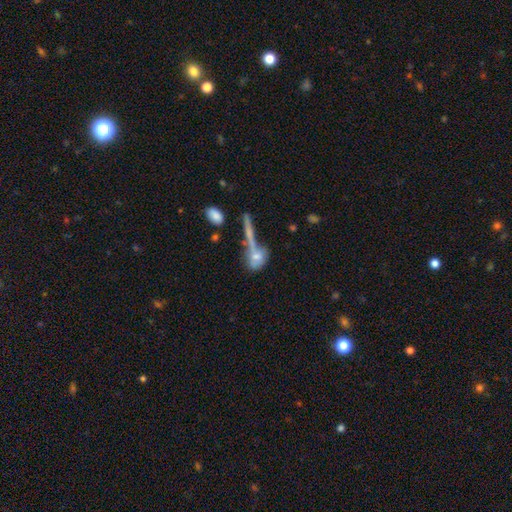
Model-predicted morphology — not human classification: The model was most divided on "merging": none: 38%, merger: 34%, minor disturbance: 16%, major disturbance: 13%. More confident: smooth or featured — smooth (63%); how rounded — in between (55%).